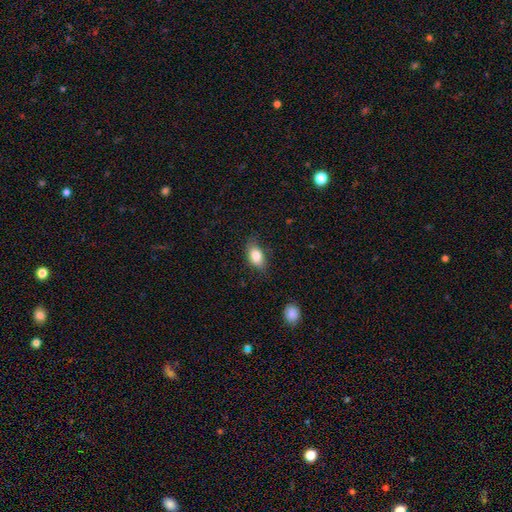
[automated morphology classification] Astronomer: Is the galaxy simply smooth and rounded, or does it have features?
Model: smooth — 84%.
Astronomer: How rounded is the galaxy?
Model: in between — 88%.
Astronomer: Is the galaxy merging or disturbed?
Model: none — 77%.